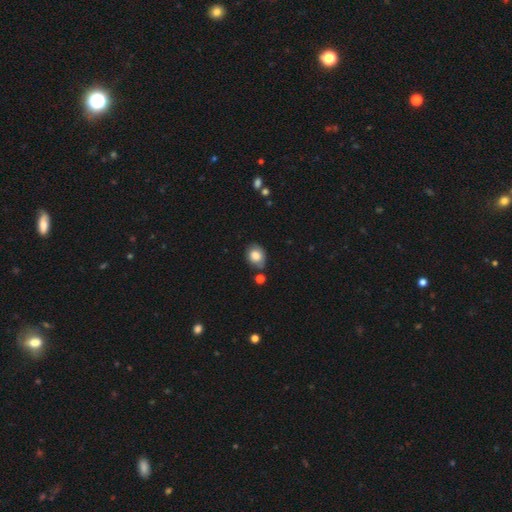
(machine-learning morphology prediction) Q: Smooth or featured?
A: smooth (80%); runner-up: featured or disk (11%)
Q: How rounded?
A: in between (55%); runner-up: round (43%)
Q: Merging?
A: none (66%); runner-up: minor disturbance (21%)